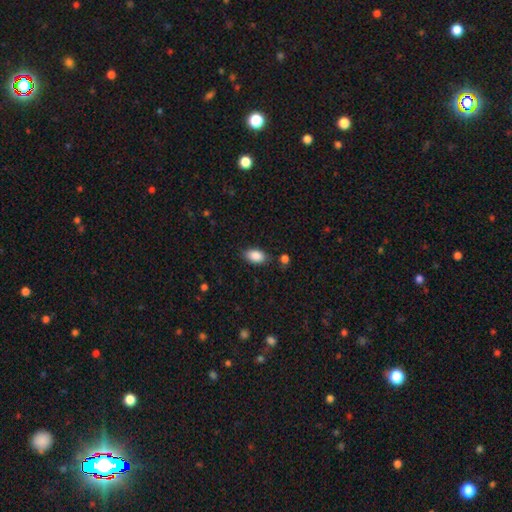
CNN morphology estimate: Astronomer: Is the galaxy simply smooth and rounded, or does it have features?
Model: smooth — 88%.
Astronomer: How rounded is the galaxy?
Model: in between — 91%.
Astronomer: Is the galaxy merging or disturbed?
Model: none — 80%.